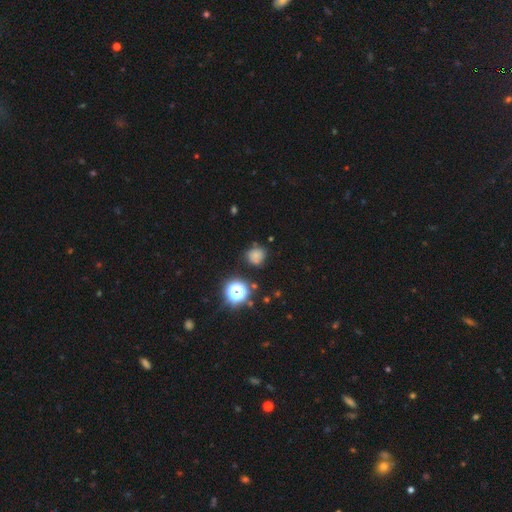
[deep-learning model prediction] This appears to be a smooth galaxy with no disk features (70%) that is round (83%). Merging: none (71%).